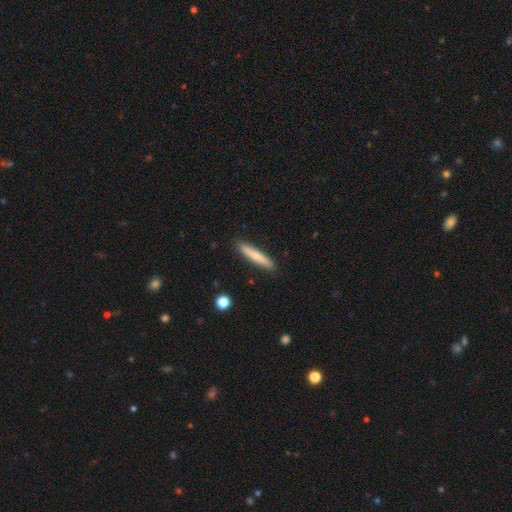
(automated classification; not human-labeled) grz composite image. It shows a smooth galaxy with no disk features (70%) that is cigar-shaped (92%). Merging: none (89%).